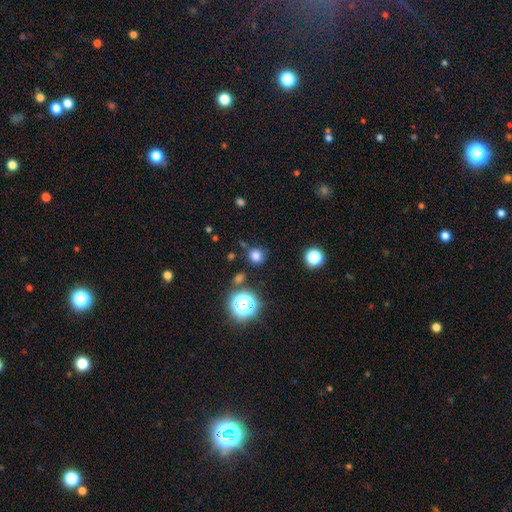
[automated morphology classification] Smooth or featured: smooth — 76% (star or artifact — 19%)
How rounded: round — 89% (in between — 10%)
Merging: none — 81% (minor disturbance — 11%)